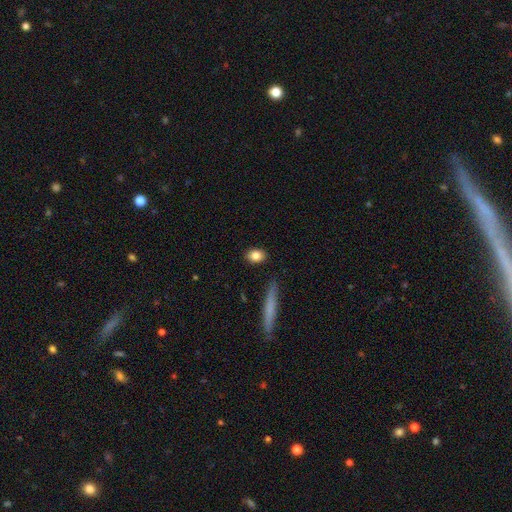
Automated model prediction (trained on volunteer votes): Smooth or featured: smooth — 82% (featured or disk — 9%)
How rounded: in between — 68% (round — 28%)
Merging: none — 88% (minor disturbance — 9%)